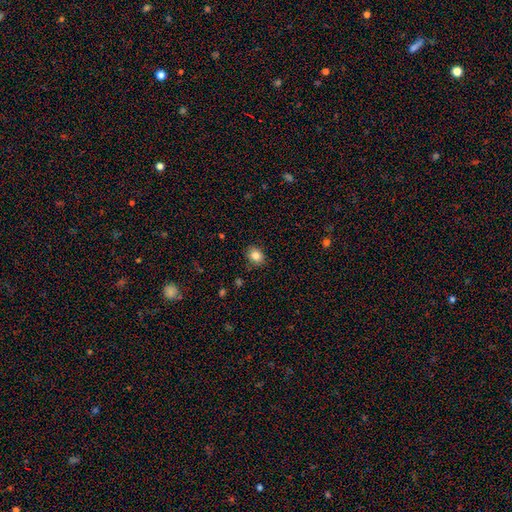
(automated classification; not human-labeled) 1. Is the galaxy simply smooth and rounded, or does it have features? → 84% smooth, 10% star or artifact, 6% featured or disk.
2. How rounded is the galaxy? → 55% round, 44% in between, 1% cigar-shaped.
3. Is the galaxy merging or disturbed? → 86% none, 10% minor disturbance, 2% major disturbance, 1% merger.